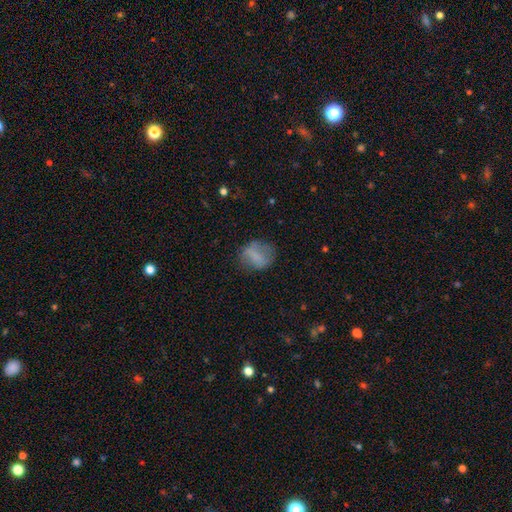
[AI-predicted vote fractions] Smooth or featured? Predicted: smooth (p=0.69). How rounded? Predicted: round (p=0.53). Merging? Predicted: none (p=0.59).